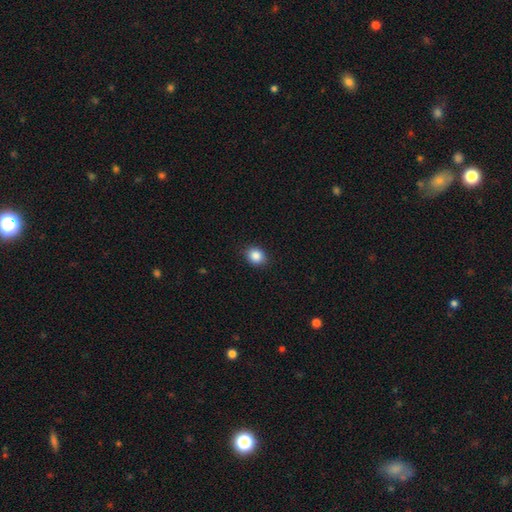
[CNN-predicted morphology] This appears to be a smooth galaxy with no disk features (87%) that is round (57%). Merging: none (89%).